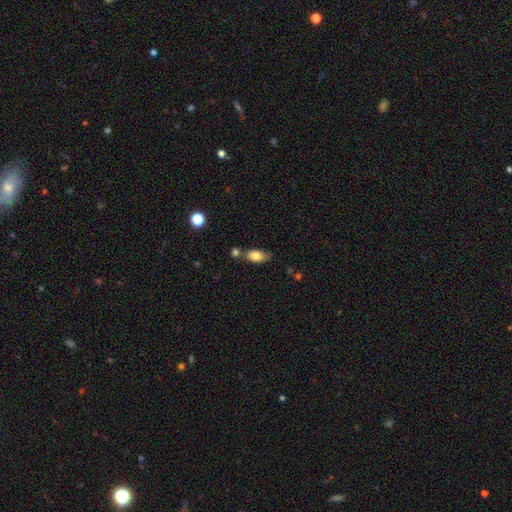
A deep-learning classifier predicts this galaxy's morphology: Smooth or featured? Predicted: smooth (p=0.79). How rounded? Predicted: in between (p=0.87). Merging? Predicted: none (p=0.55).